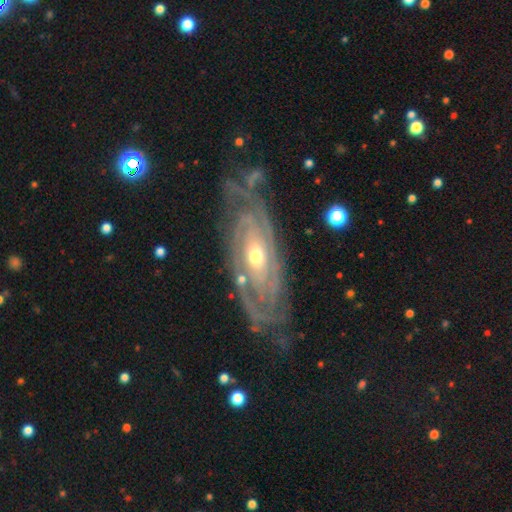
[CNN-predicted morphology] smooth_or_featured: featured or disk (p=0.88) [alt: smooth p=0.07]
disk_edge_on: no (p=0.91) [alt: yes p=0.09]
bar: no (p=0.72) [alt: weak p=0.19]
has_spiral_arms: yes (p=0.93) [alt: no p=0.07]
spiral_winding: tight (p=0.79) [alt: medium p=0.17]
spiral_arm_count: can't tell (p=0.38) [alt: 2 p=0.22]
bulge_size: moderate (p=0.57) [alt: small p=0.38]
merging: none (p=0.67) [alt: minor disturbance p=0.20]